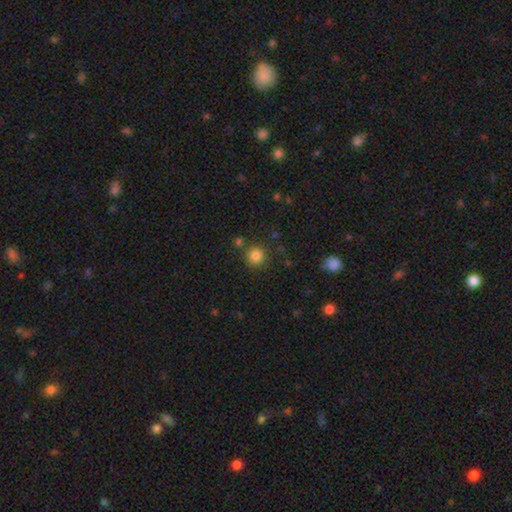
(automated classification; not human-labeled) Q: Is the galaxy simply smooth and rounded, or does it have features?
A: smooth — 83%.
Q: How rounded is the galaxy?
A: round — 93%.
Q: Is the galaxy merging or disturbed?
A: none — 83%.